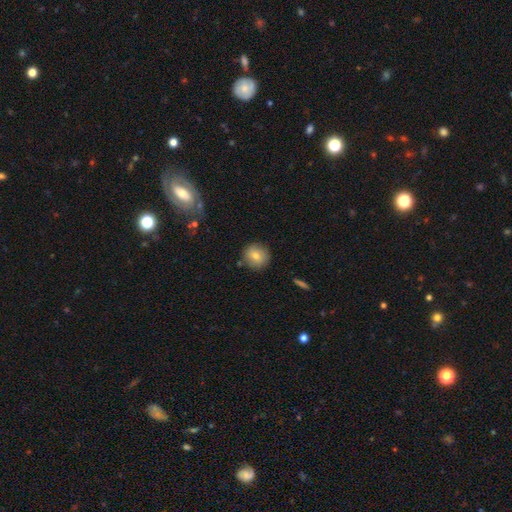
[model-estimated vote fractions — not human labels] smooth 75%, featured or disk 15%, star or artifact 10%. Down the decision tree: how rounded — round (89%); merging — none (86%).